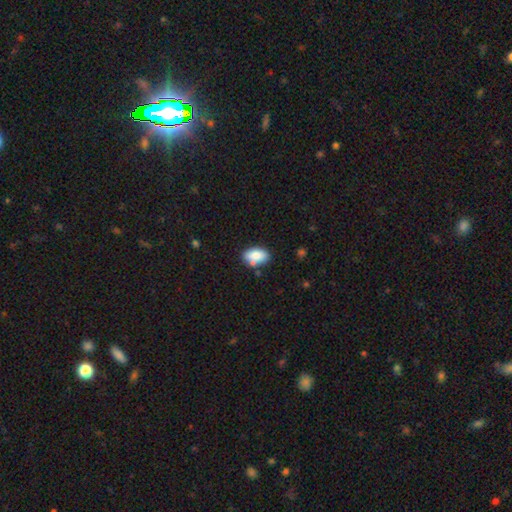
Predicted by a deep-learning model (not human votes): Morphology: type=smooth (82%); roundness=in between (91%); merging=none (71%).